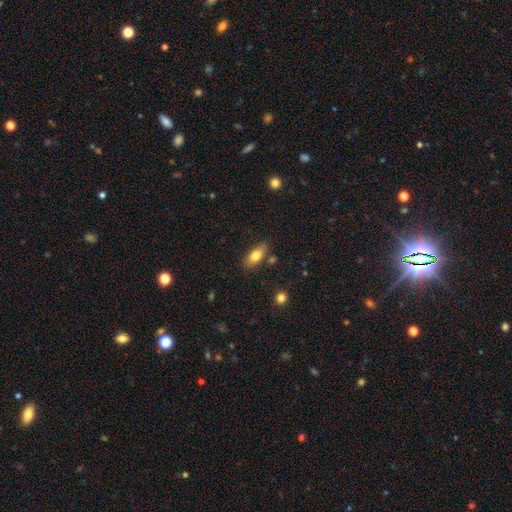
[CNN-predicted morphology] Smooth or featured? smooth (76%)
How rounded? in between (83%)
Merging? none (77%)